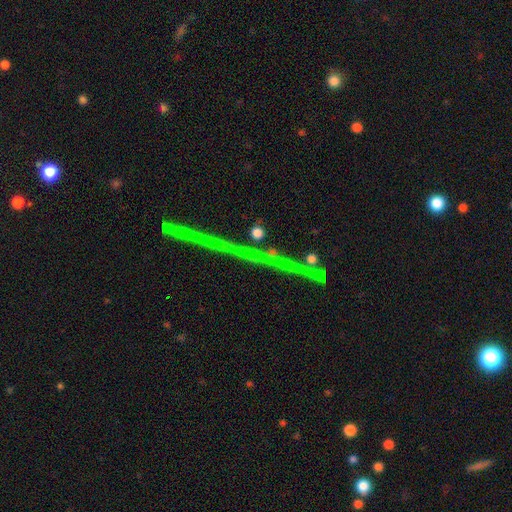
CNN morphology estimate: Overall: star or artifact (64%).